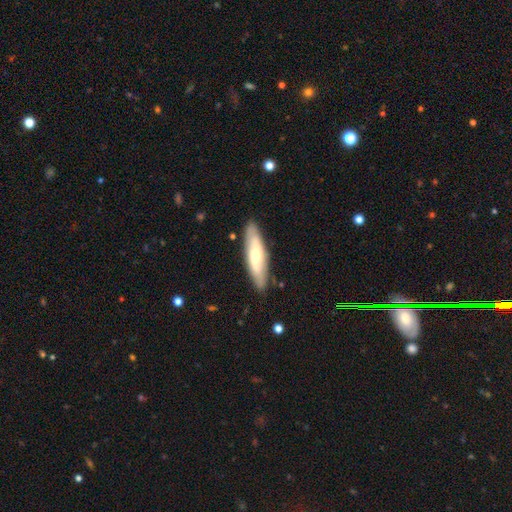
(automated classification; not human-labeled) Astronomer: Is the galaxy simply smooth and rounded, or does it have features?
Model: smooth — 48% (runner-up: featured or disk, 47%).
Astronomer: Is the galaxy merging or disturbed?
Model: none — 86%.